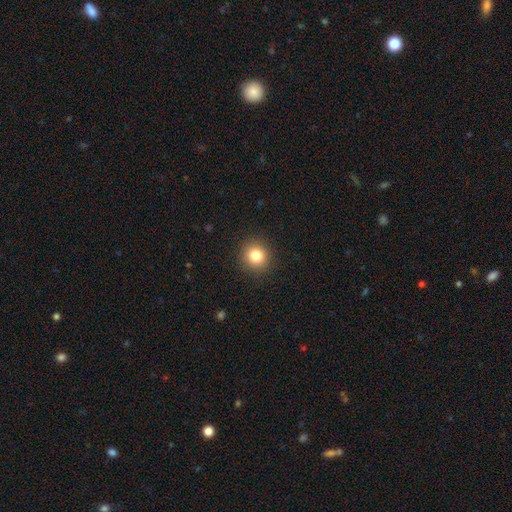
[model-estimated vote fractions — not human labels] This appears to be a smooth galaxy with no disk features (82%) that is round (91%). Merging: none (91%).